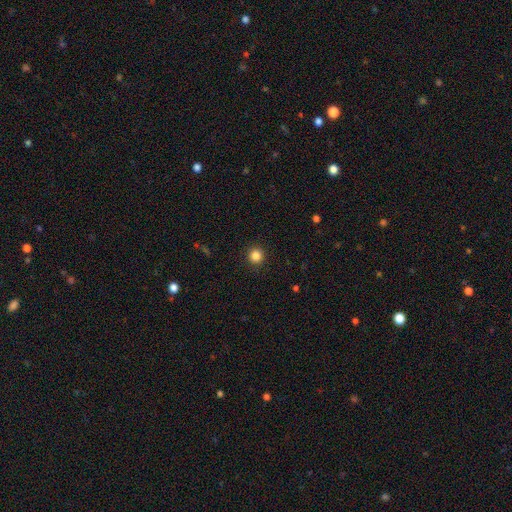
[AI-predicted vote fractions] Q: Smooth or featured?
A: smooth (85%); runner-up: star or artifact (11%)
Q: How rounded?
A: round (95%); runner-up: in between (4%)
Q: Merging?
A: none (92%); runner-up: minor disturbance (5%)